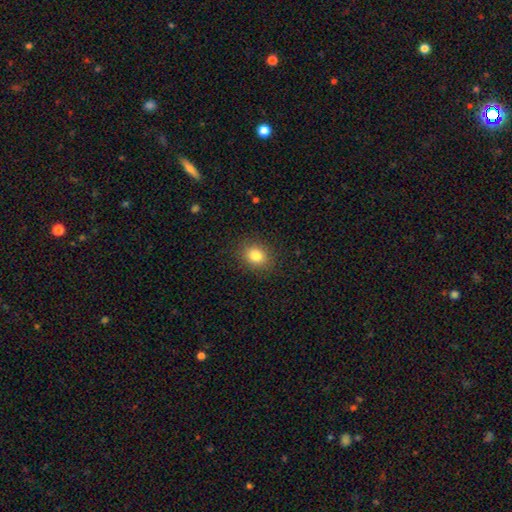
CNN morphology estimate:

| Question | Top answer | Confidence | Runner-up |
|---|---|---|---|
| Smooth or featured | smooth | 82% | star or artifact (11%) |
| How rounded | round | 52% | in between (47%) |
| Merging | none | 88% | minor disturbance (8%) |